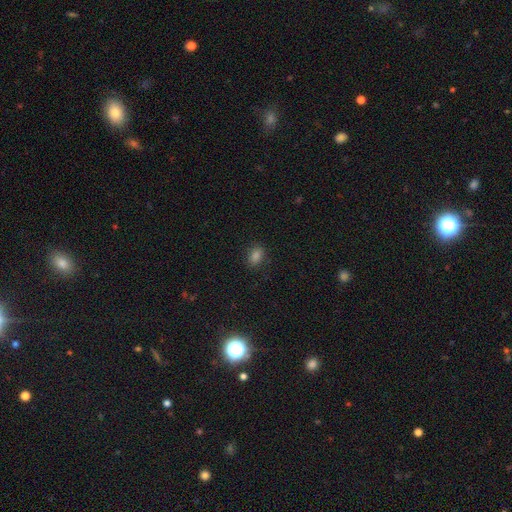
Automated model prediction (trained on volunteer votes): smooth 76%, star or artifact 19%, featured or disk 5%. Down the decision tree: how rounded — in between (73%); merging — none (86%).